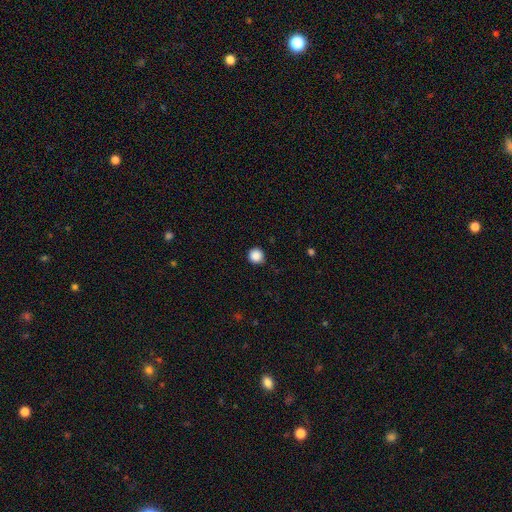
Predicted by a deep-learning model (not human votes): The model was most divided on "smooth or featured": smooth: 88%, star or artifact: 10%, featured or disk: 2%. More confident: how rounded — round (95%); merging — none (89%).